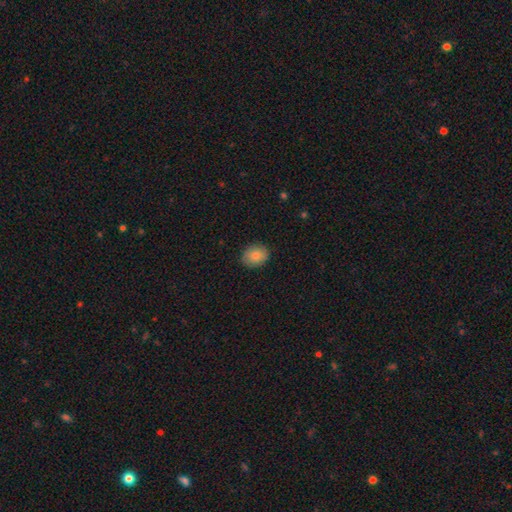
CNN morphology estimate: This appears to be a smooth galaxy with no disk features (84%) that is in between round and cigar-shaped (54%). Merging: none (87%).